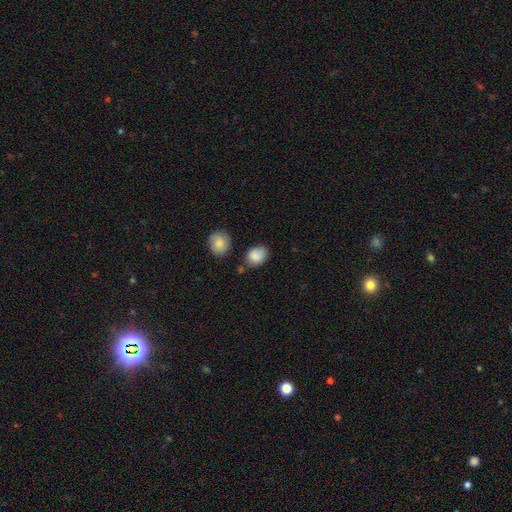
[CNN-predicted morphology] type=smooth (87%); roundness=in between (62%); merging=none (70%).